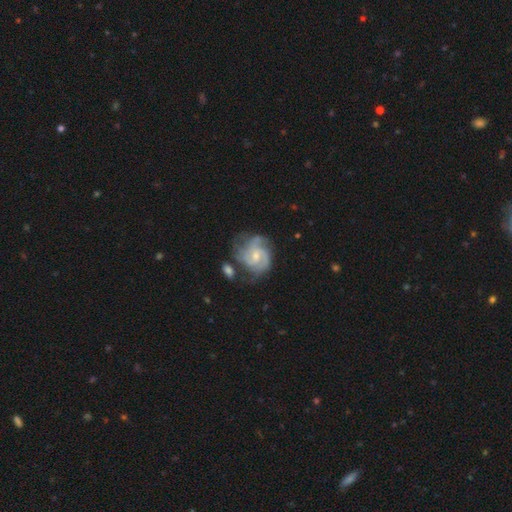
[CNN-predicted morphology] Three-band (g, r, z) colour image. It shows a featured or disk galaxy (81%) with no bar (53%), 3 (33%) medium (43%, tied with tight) spiral arms (93%) and a small central bulge (52%). Merging: none (52%).